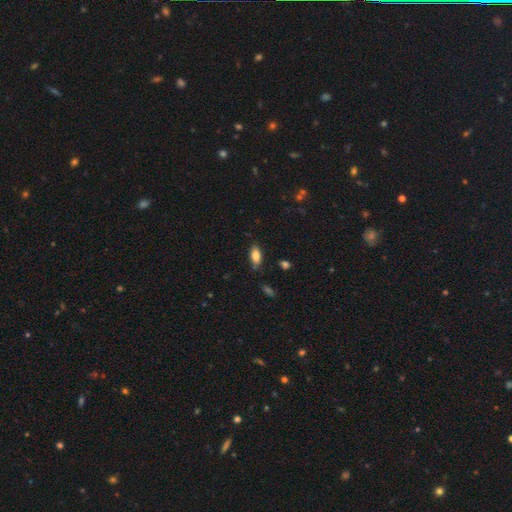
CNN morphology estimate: smooth-or-featured: smooth: 81% | featured or disk: 11% | star or artifact: 8%
  how-rounded: in between: 87% | cigar-shaped: 10% | round: 3%
  merging: none: 81% | minor disturbance: 14% | major disturbance: 3% | merger: 2%